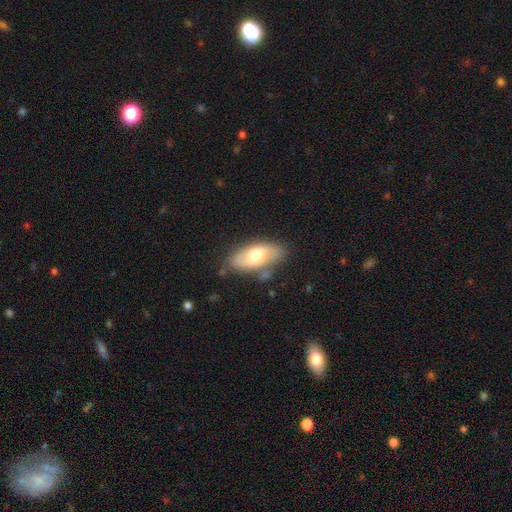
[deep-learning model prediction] smooth 58%, featured or disk 36%, star or artifact 6%. Down the decision tree: how rounded — in between (87%); merging — none (71%).